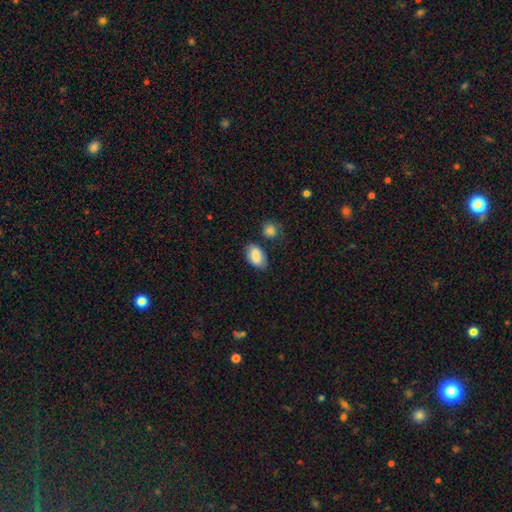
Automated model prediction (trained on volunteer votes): The model was most divided on "merging": none: 70%, minor disturbance: 18%, merger: 7%, major disturbance: 5%. More confident: how rounded — in between (93%); smooth or featured — smooth (86%).